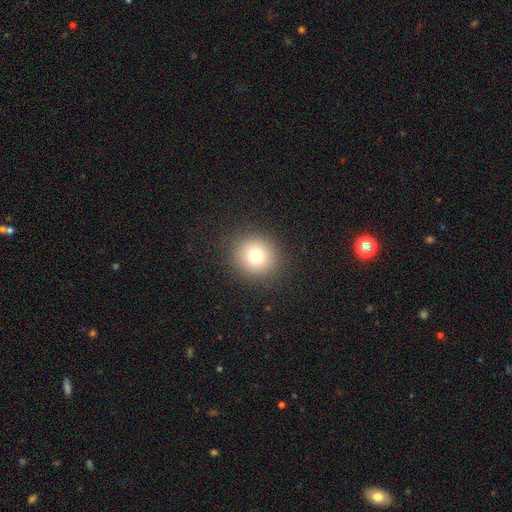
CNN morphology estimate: Smooth or featured? smooth (75%)
How rounded? round (90%)
Merging? none (90%)